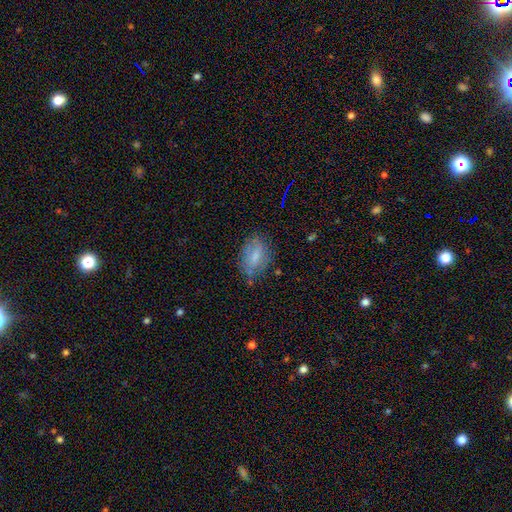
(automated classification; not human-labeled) Overall: smooth (60%; featured or disk 29%). How rounded: in between (84%). Merging: none (65%).